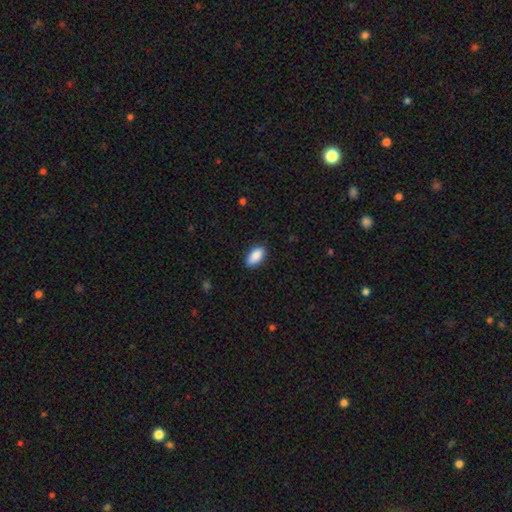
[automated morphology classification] smooth-or-featured: smooth: 89% | star or artifact: 6% | featured or disk: 4%
  how-rounded: in between: 93% | cigar-shaped: 4% | round: 3%
  merging: none: 86% | minor disturbance: 11% | major disturbance: 2% | merger: 1%